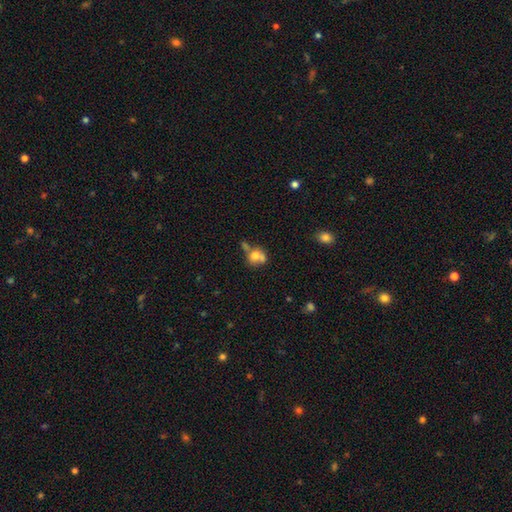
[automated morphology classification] smooth_or_featured: smooth (p=0.67) [alt: featured or disk p=0.22]
how_rounded: round (p=0.67) [alt: in between p=0.31]
merging: merger (p=0.43) [alt: none p=0.34]